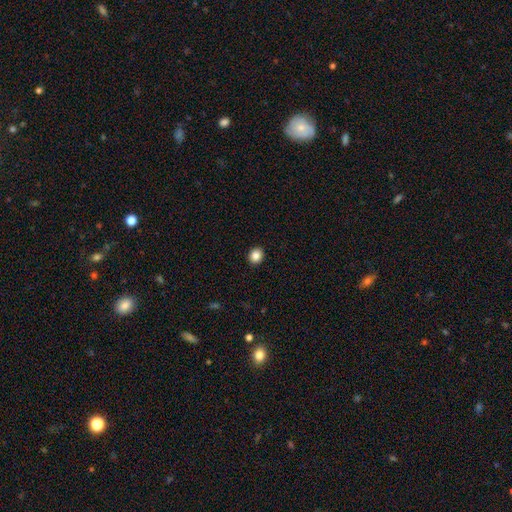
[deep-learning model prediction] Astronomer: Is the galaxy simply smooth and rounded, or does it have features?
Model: smooth — 86%.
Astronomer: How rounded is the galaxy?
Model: round — 73%.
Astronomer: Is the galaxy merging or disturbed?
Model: none — 93%.